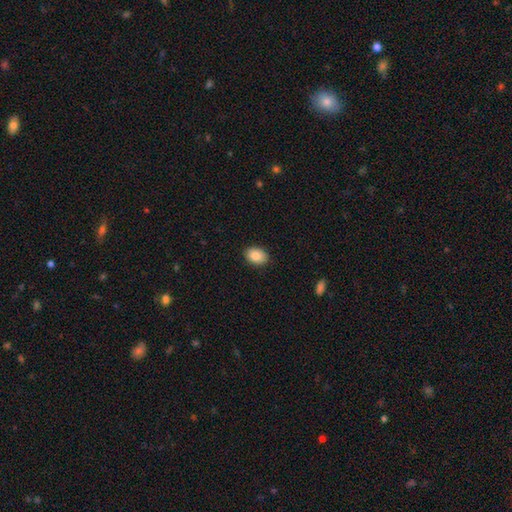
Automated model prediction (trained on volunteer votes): Overall: smooth (87%). How rounded: in between (82%). Merging: none (89%).